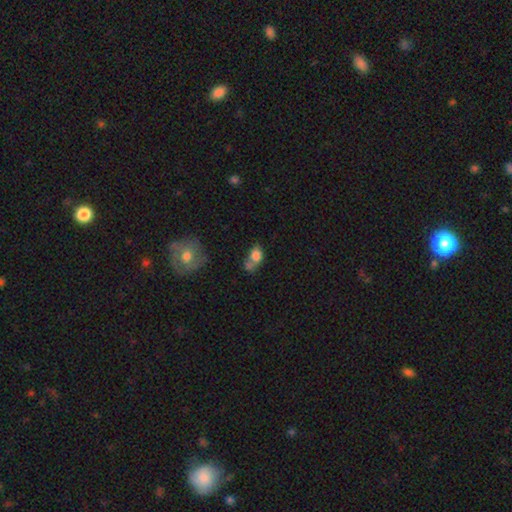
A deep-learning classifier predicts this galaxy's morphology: The model was most divided on "merging": merger: 50%, none: 27%, minor disturbance: 14%, major disturbance: 9%. More confident: smooth or featured — smooth (77%); how rounded — in between (69%).